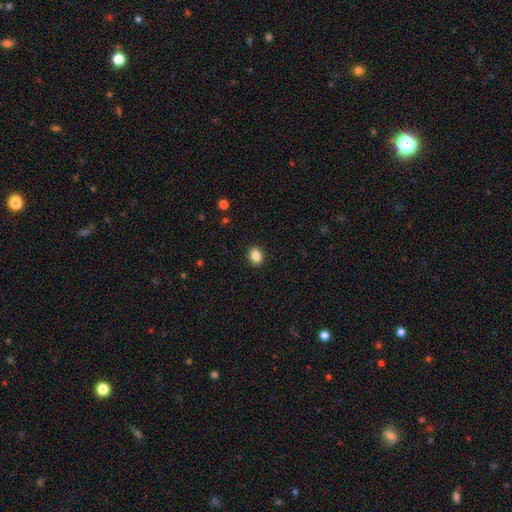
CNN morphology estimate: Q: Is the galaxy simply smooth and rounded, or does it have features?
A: smooth — 86%.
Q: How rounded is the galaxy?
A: in between — 52%.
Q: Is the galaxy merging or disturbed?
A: none — 91%.